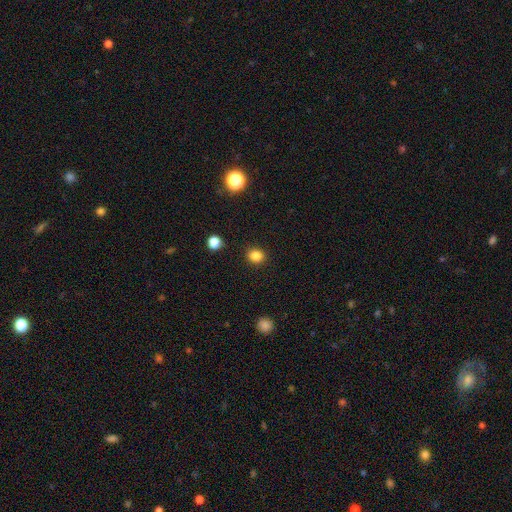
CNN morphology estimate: This is clearly a smooth galaxy (84%). How rounded: likely round (75%). Merging: clearly none (90%).